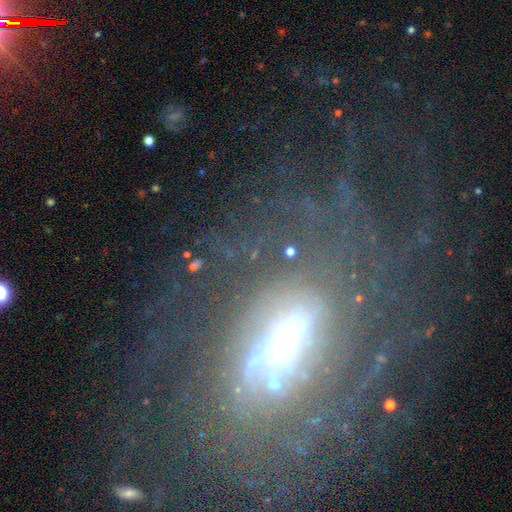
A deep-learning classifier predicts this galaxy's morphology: smooth-or-featured: featured or disk: 74% | star or artifact: 14% | smooth: 12%
  disk-edge-on: no: 88% | yes: 12%
    bar: no: 44% | weak: 29% | strong: 27%
    has-spiral-arms: yes: 75% | no: 25%
    bulge-size: small: 40% | moderate: 39% | large: 13% | none: 4% | dominant: 4%
  merging: none: 54% | major disturbance: 26% | minor disturbance: 16% | merger: 4%